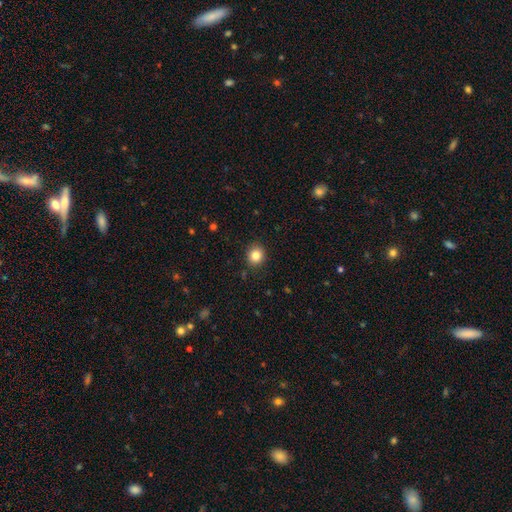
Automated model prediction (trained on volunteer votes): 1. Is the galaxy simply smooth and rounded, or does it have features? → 84% smooth, 11% star or artifact, 5% featured or disk.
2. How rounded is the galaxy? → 82% round, 17% in between, 1% cigar-shaped.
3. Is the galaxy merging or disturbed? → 89% none, 8% minor disturbance, 2% major disturbance, 1% merger.